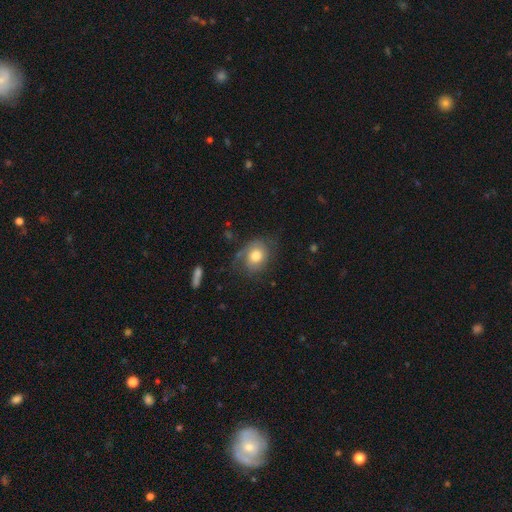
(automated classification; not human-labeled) Smooth or featured? Predicted: smooth (p=0.60). How rounded? Predicted: round (p=0.51). Merging? Predicted: none (p=0.58).